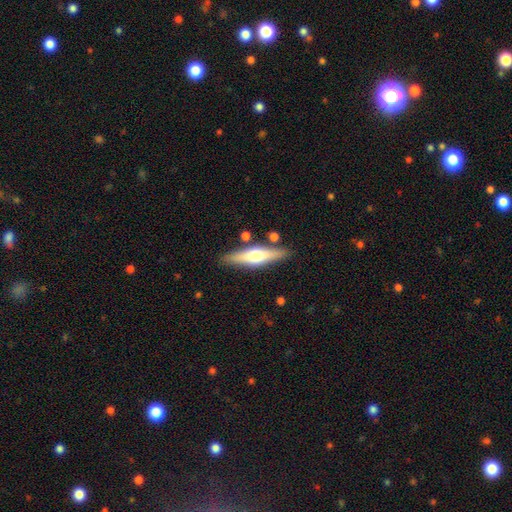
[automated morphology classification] A featured or disk galaxy (51%) viewed edge-on (92%).

Vote fractions:
- Smooth or featured? featured or disk: 51% / smooth: 43% / star or artifact: 6%
- Edge-on disk? yes: 92% / no: 8%
- Merging? none: 83% / minor disturbance: 10% / merger: 5% / major disturbance: 2%